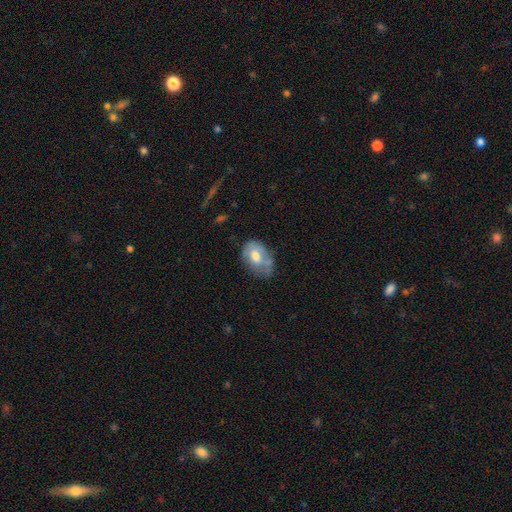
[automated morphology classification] The model was most divided on "merging": none: 38%, minor disturbance: 34%, major disturbance: 16%, merger: 12%. More confident: how rounded — in between (75%); smooth or featured — smooth (51%).